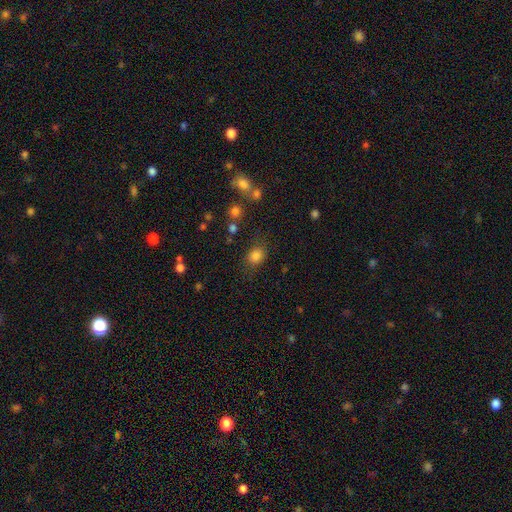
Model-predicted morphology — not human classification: This appears to be a smooth galaxy with no disk features (82%) that is round (57%). Merging: none (76%).